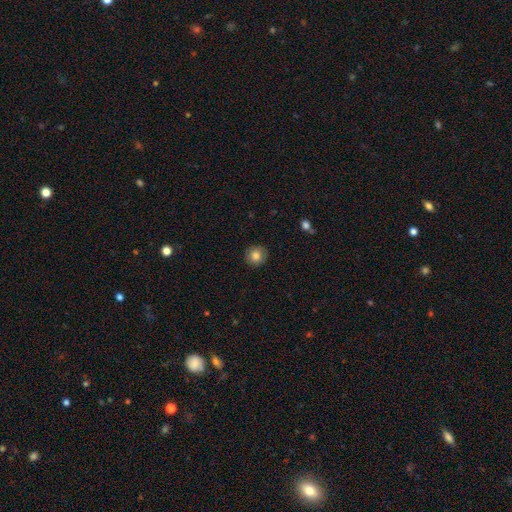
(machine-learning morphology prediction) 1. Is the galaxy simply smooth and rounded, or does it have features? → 81% smooth, 10% featured or disk, 9% star or artifact.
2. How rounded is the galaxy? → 91% round, 8% in between, 1% cigar-shaped.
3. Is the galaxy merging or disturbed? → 87% none, 9% minor disturbance, 2% major disturbance, 1% merger.